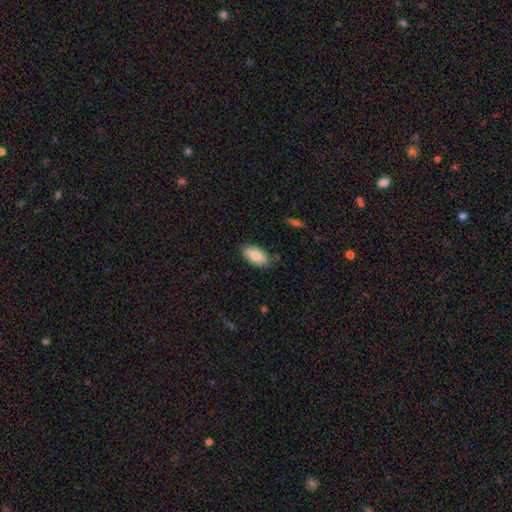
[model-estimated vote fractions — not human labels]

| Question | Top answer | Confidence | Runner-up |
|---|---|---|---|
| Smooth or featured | smooth | 86% | featured or disk (8%) |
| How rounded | in between | 92% | cigar-shaped (6%) |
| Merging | none | 84% | minor disturbance (12%) |